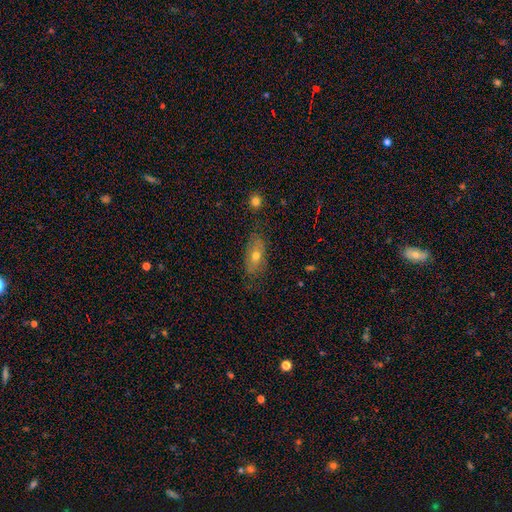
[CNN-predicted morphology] Smooth or featured? Predicted: smooth (p=0.54). How rounded? Predicted: in between (p=0.78). Merging? Predicted: none (p=0.72).